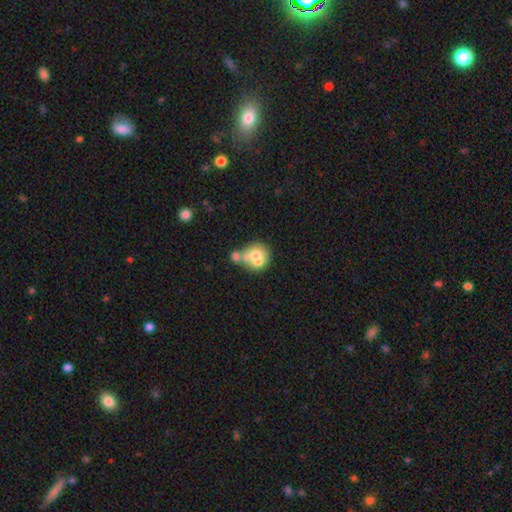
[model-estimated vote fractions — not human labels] This is likely a smooth galaxy (60%). How rounded: clearly round (81%). Merging: possibly merger (51%).